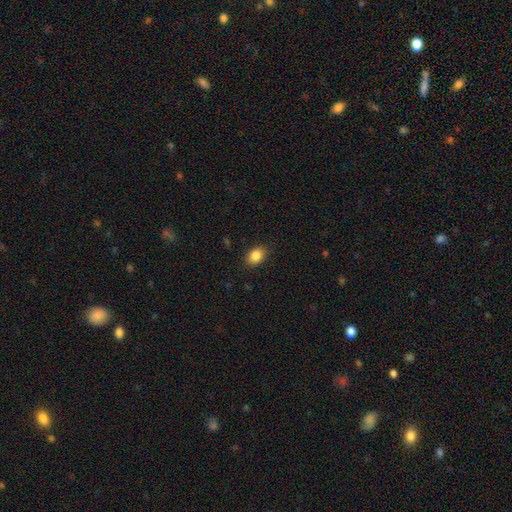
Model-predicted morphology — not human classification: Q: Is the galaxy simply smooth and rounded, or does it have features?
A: smooth — 86%.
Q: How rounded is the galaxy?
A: in between — 73%.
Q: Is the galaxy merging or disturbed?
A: none — 86%.